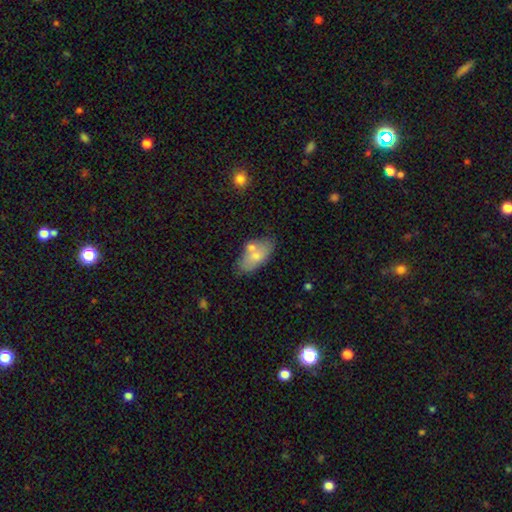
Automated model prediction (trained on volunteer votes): Smooth or featured? smooth (69%)
How rounded? in between (89%)
Merging? none (54%)